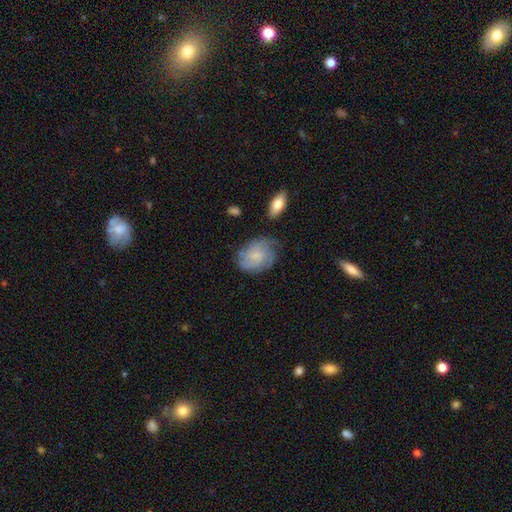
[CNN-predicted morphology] Smooth or featured? Predicted: featured or disk (p=0.47). Merging? Predicted: none (p=0.62).